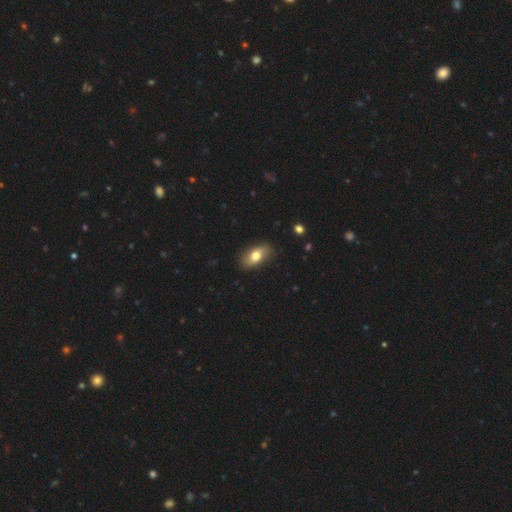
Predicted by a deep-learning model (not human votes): Smooth or featured? smooth (70%)
How rounded? in between (89%)
Merging? none (84%)